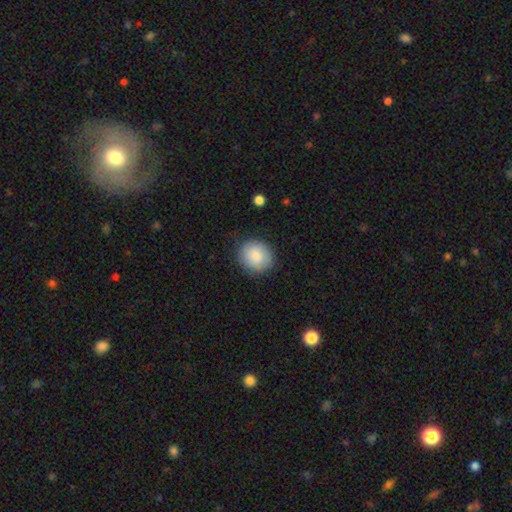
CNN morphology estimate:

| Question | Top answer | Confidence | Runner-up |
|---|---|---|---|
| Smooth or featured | smooth | 83% | featured or disk (10%) |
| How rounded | round | 76% | in between (23%) |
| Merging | none | 83% | minor disturbance (12%) |